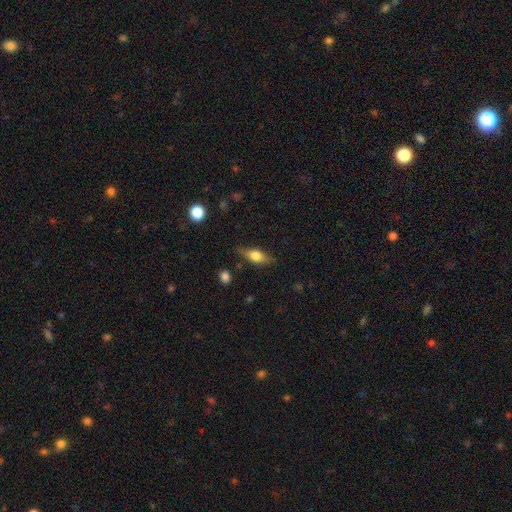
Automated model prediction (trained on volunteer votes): Smooth or featured? Predicted: smooth (p=0.55). How rounded? Predicted: in between (p=0.65). Merging? Predicted: none (p=0.78).